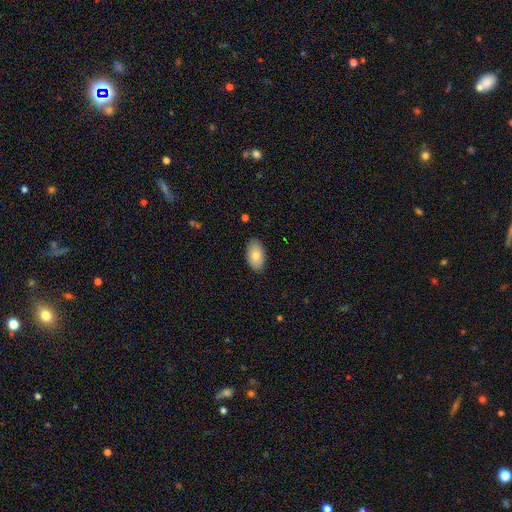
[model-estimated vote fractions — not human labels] Q: Smooth or featured?
A: smooth (77%); runner-up: featured or disk (16%)
Q: How rounded?
A: in between (94%); runner-up: round (5%)
Q: Merging?
A: none (85%); runner-up: minor disturbance (12%)